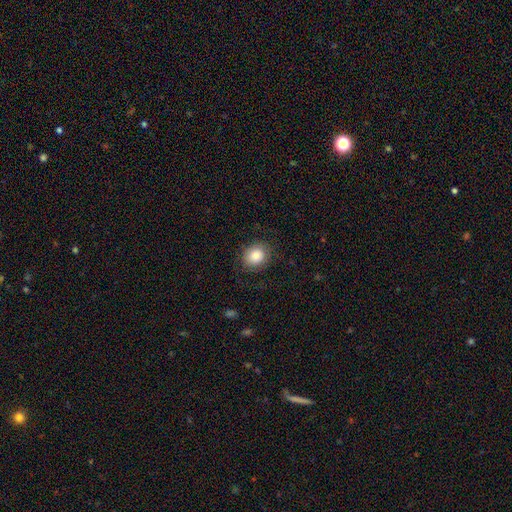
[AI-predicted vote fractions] Overall: smooth (83%). How rounded: round (65%; in between 34%). Merging: none (80%).